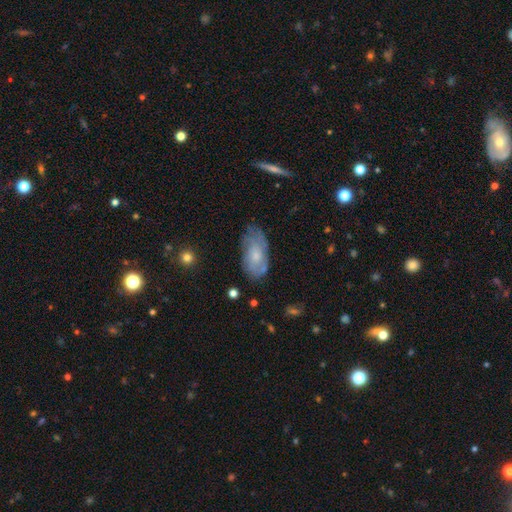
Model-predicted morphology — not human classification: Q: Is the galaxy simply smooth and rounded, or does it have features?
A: featured or disk — 51%.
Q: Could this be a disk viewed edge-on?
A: no — 91%.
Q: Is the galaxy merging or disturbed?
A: none — 62%.